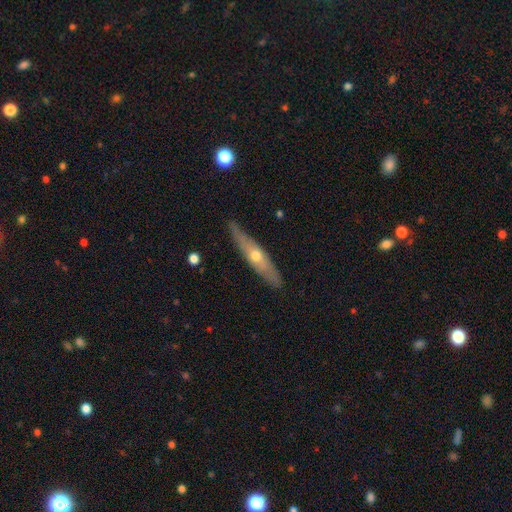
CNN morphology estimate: Smooth or featured? featured or disk (63%)
Edge-on disk? yes (83%)
Edge-on bulge? rounded (86%)
Merging? none (85%)